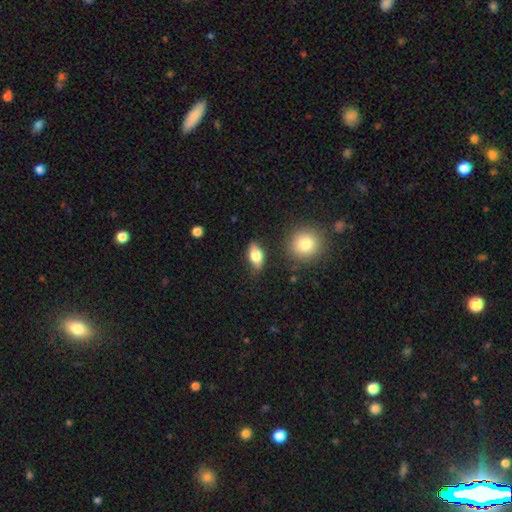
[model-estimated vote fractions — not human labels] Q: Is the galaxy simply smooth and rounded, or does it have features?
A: smooth — 69%.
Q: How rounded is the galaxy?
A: in between — 81%.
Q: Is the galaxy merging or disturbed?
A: none — 78%.